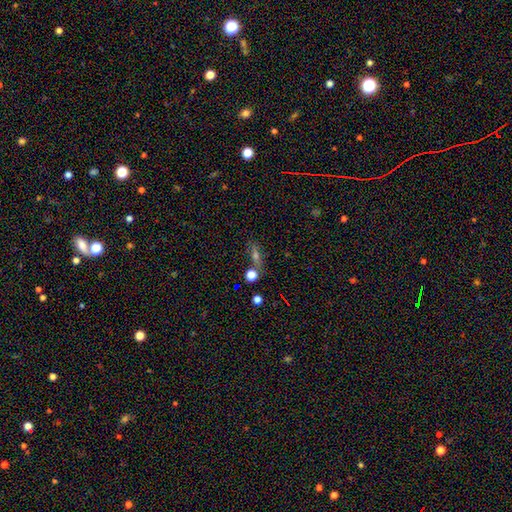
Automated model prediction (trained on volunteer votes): smooth_or_featured: smooth (p=0.44) [alt: featured or disk p=0.28]
merging: none (p=0.63) [alt: merger p=0.15]